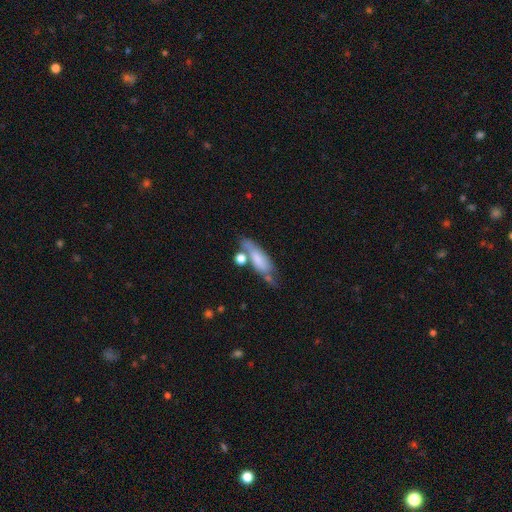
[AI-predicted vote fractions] smooth 54%, featured or disk 37%, star or artifact 9%. Down the decision tree: how rounded — in between (50%); merging — none (49%).